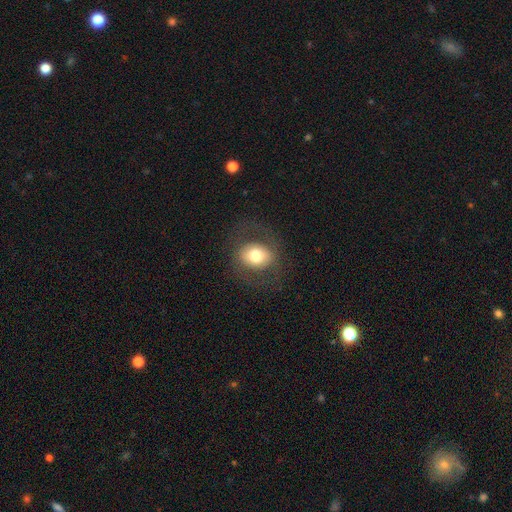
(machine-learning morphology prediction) Smooth or featured: smooth — 65% (featured or disk — 26%)
How rounded: round — 54% (in between — 45%)
Merging: none — 77% (minor disturbance — 12%)